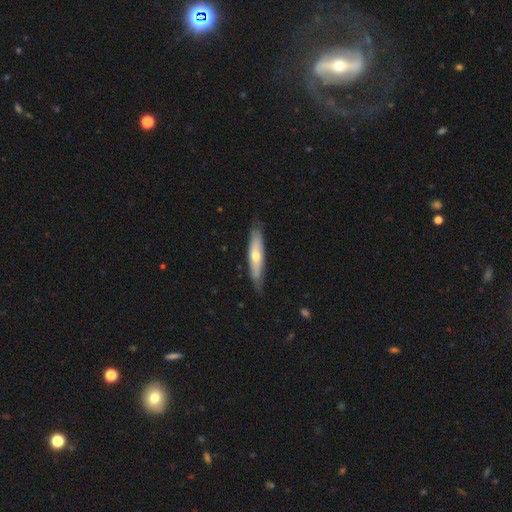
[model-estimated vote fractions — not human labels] Smooth or featured? smooth (48%)
Merging? none (78%)